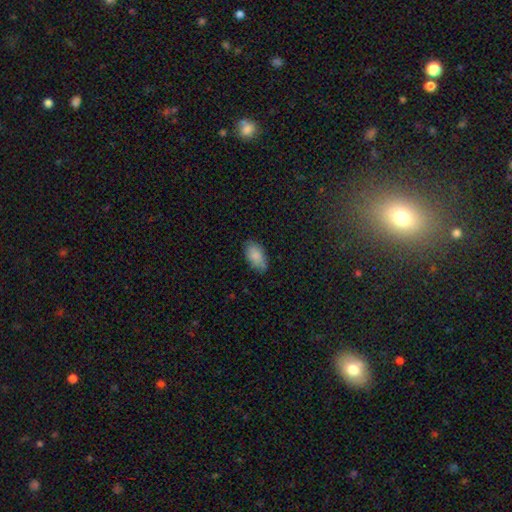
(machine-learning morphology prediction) Q: Smooth or featured?
A: smooth (86%); runner-up: star or artifact (7%)
Q: How rounded?
A: in between (94%); runner-up: round (4%)
Q: Merging?
A: none (75%); runner-up: minor disturbance (21%)